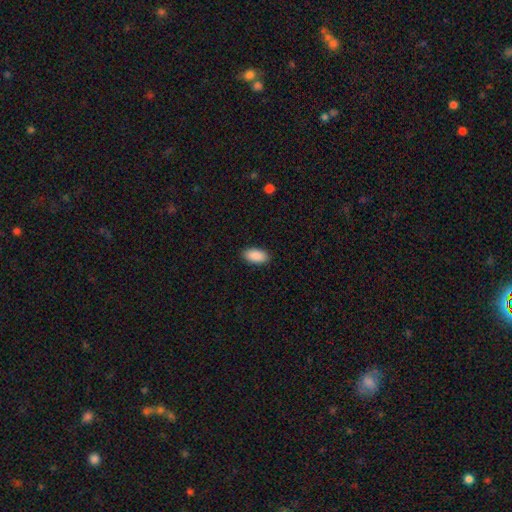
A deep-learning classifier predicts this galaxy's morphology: Smooth or featured: smooth — 91% (star or artifact — 6%)
How rounded: in between — 95% (round — 3%)
Merging: none — 90% (minor disturbance — 7%)